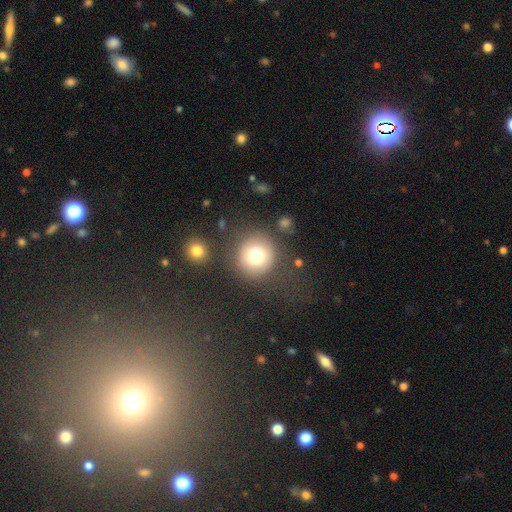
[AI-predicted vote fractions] smooth-or-featured: smooth: 75% | featured or disk: 13% | star or artifact: 12%
  how-rounded: round: 92% | in between: 7% | cigar-shaped: 1%
  merging: none: 81% | minor disturbance: 9% | major disturbance: 6% | merger: 4%